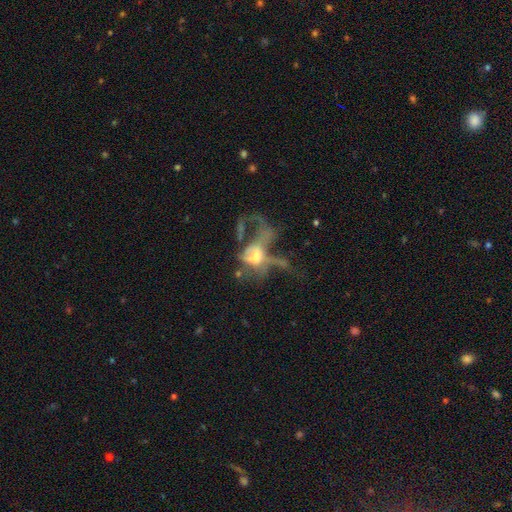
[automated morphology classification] Q: Smooth or featured?
A: featured or disk (63%); runner-up: smooth (22%)
Q: Edge-on disk?
A: no (92%); runner-up: yes (8%)
Q: Bar?
A: no (73%); runner-up: weak (20%)
Q: Spiral arms?
A: no (68%); runner-up: yes (32%)
Q: Bulge size?
A: moderate (48%); runner-up: large (20%)
Q: Merging?
A: major disturbance (57%); runner-up: merger (22%)